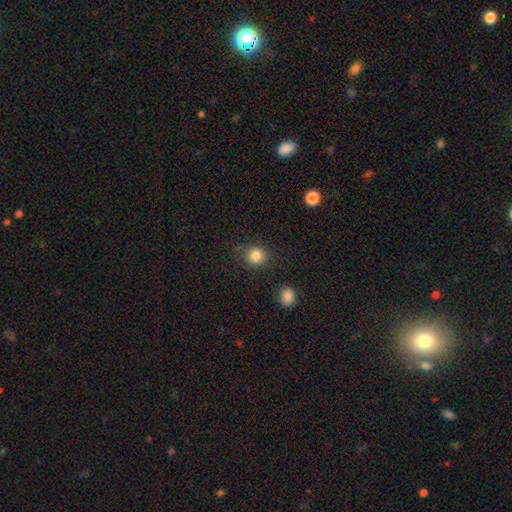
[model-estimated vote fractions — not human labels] Morphology: type=smooth (85%); roundness=round (87%); merging=none (83%).